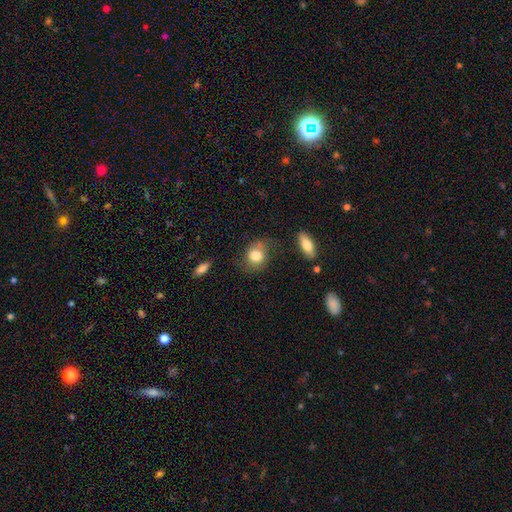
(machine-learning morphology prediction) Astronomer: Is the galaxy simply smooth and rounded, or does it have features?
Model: smooth — 79%.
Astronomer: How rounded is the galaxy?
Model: round — 57% (runner-up: in between, 42%).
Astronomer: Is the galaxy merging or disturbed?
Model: none — 61%.